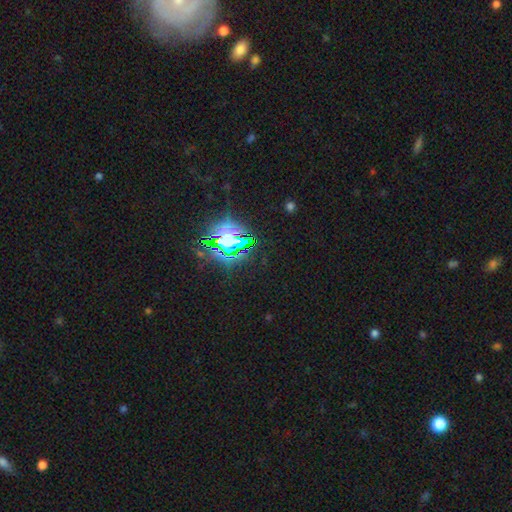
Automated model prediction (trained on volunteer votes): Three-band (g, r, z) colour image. It shows a star or artifact, not a galaxy (84%).